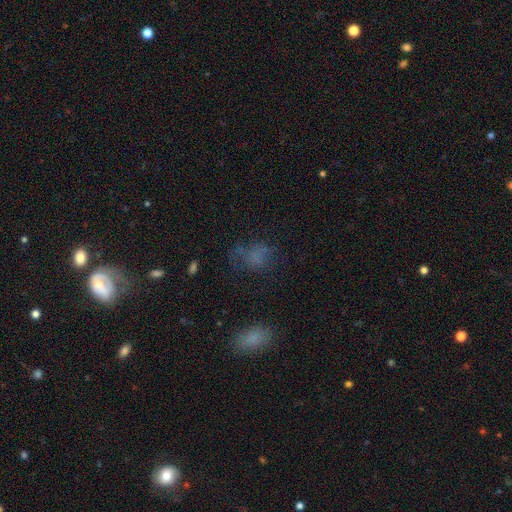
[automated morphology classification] Smooth or featured? Predicted: smooth (p=0.59). How rounded? Predicted: in between (p=0.55). Merging? Predicted: none (p=0.51).